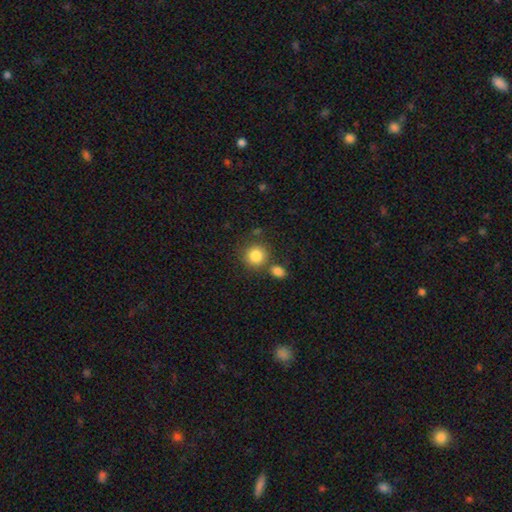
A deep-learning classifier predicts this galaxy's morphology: This appears to be a smooth galaxy with no disk features (84%) that is round (89%). Merging: none (70%).